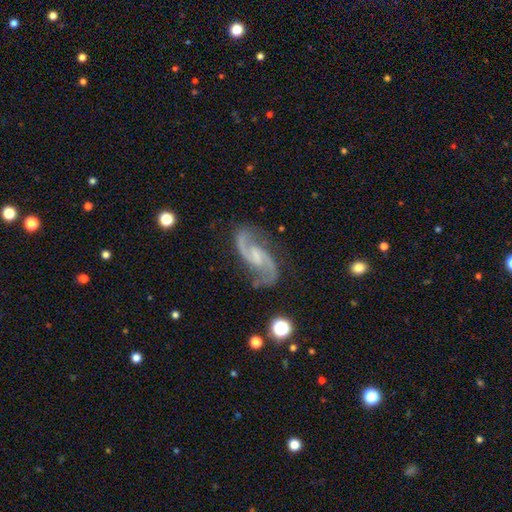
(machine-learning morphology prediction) smooth-or-featured: featured or disk: 91% | star or artifact: 5% | smooth: 4%
  disk-edge-on: no: 97% | yes: 3%
    bar: weak: 51% | no: 34% | strong: 16%
    has-spiral-arms: yes: 98% | no: 2%
      spiral-winding: medium: 51% | loose: 37% | tight: 11%
      spiral-arm-count: 2: 94% | can't tell: 2% | 3: 1% | 1: 1% | 4: 1% | more than 4: 1%
    bulge-size: small: 49% | none: 27% | moderate: 21% | large: 2% | dominant: 1%
  merging: none: 79% | minor disturbance: 14% | major disturbance: 5% | merger: 2%